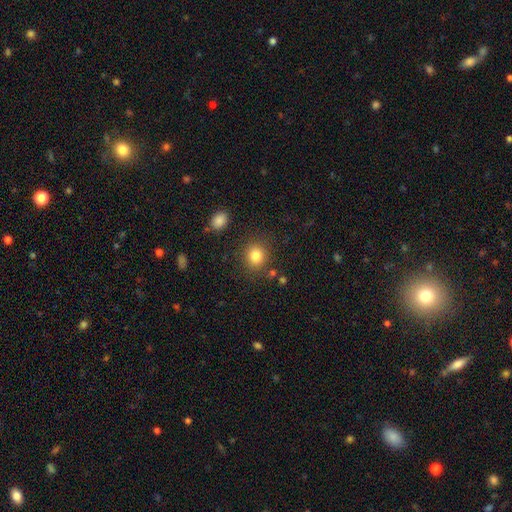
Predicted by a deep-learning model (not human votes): A smooth galaxy with no disk features (83%) that is round (79%).

Vote fractions:
- Smooth or featured? smooth: 83% / star or artifact: 11% / featured or disk: 6%
- How rounded? round: 79% / in between: 20% / cigar-shaped: 1%
- Merging? none: 84% / minor disturbance: 9% / major disturbance: 4% / merger: 3%